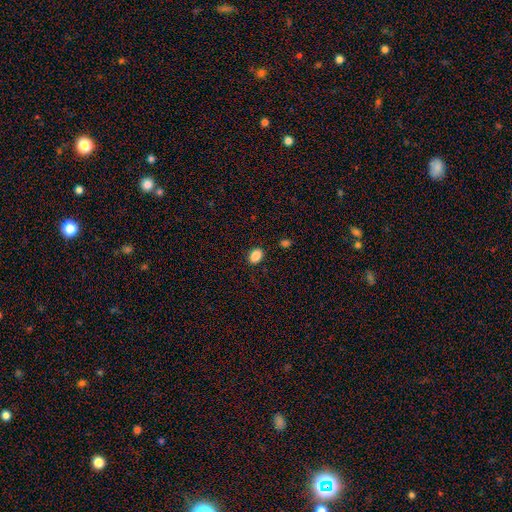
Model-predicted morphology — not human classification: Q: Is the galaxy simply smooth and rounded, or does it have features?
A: smooth — 87%.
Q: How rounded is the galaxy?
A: in between — 72%.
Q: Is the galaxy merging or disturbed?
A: none — 87%.